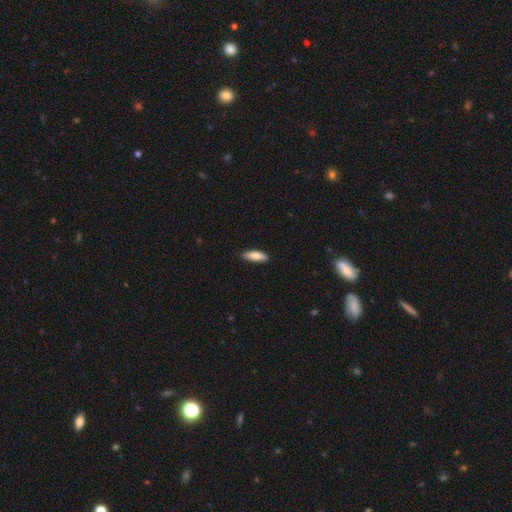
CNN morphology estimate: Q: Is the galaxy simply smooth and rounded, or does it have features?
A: smooth — 82%.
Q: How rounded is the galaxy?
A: cigar-shaped — 54%.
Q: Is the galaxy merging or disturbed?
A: none — 84%.